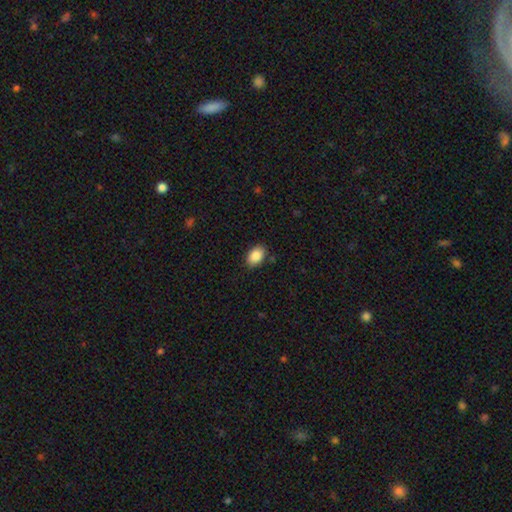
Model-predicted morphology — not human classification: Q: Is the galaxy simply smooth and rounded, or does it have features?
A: smooth — 88%.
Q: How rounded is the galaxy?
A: in between — 86%.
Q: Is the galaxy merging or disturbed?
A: none — 85%.